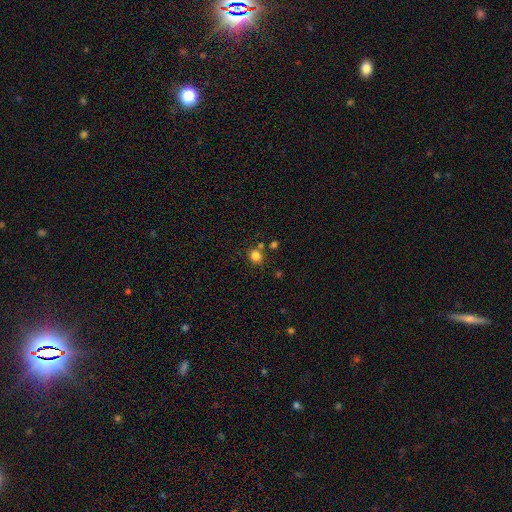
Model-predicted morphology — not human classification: Smooth or featured? smooth (82%)
How rounded? round (74%)
Merging? none (76%)